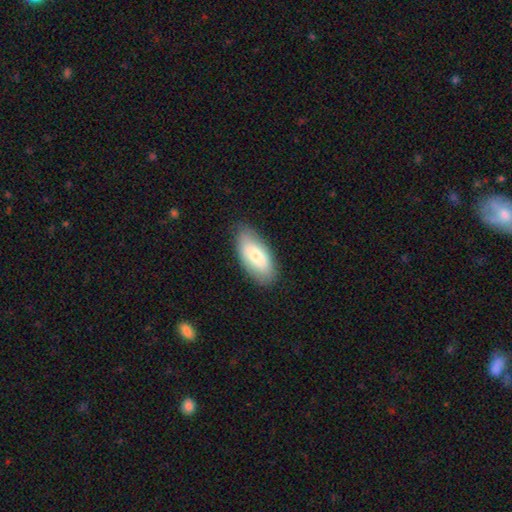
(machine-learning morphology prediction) smooth_or_featured: smooth (p=0.72) [alt: featured or disk p=0.22]
how_rounded: in between (p=0.91) [alt: cigar-shaped p=0.07]
merging: none (p=0.82) [alt: minor disturbance p=0.14]